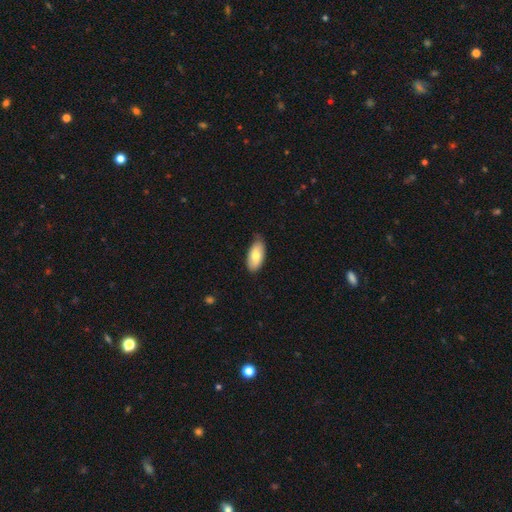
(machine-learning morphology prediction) This is likely a smooth galaxy (75%). How rounded: clearly in between (93%). Merging: likely none (74%).